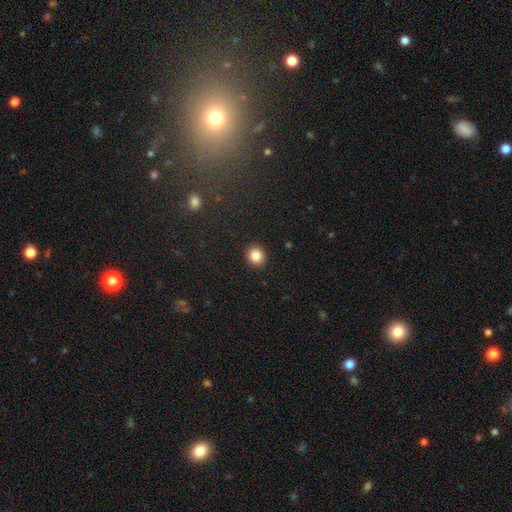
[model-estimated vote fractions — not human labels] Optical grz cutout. It shows a smooth galaxy with no disk features (85%) that is round (81%). Merging: none (92%).